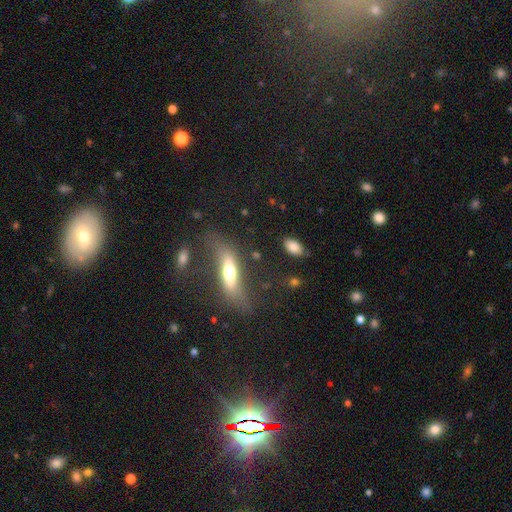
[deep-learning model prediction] The model was most divided on "smooth or featured": featured or disk: 49%, smooth: 41%, star or artifact: 9%. More confident: merging — none (56%).